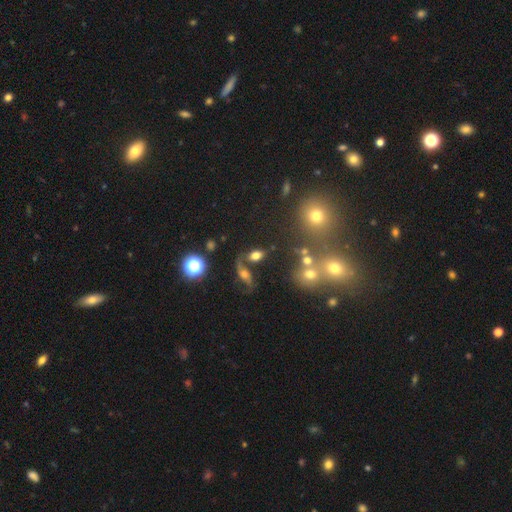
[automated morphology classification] smooth_or_featured: smooth (p=0.58) [alt: featured or disk p=0.27]
how_rounded: in between (p=0.77) [alt: round p=0.17]
merging: none (p=0.45) [alt: merger p=0.28]